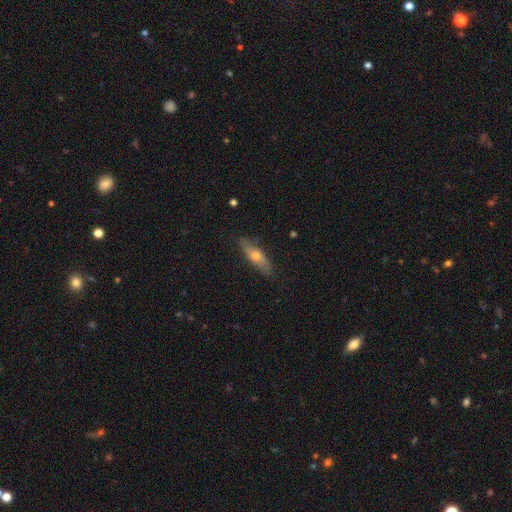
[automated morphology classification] Q: Smooth or featured?
A: featured or disk (48%); runner-up: smooth (45%)
Q: Merging?
A: none (83%); runner-up: minor disturbance (14%)